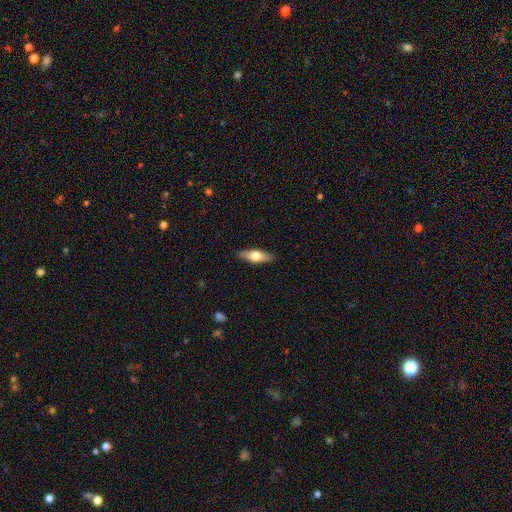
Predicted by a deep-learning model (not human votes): Smooth or featured? Predicted: smooth (p=0.53). How rounded? Predicted: in between (p=0.56). Merging? Predicted: none (p=0.89).